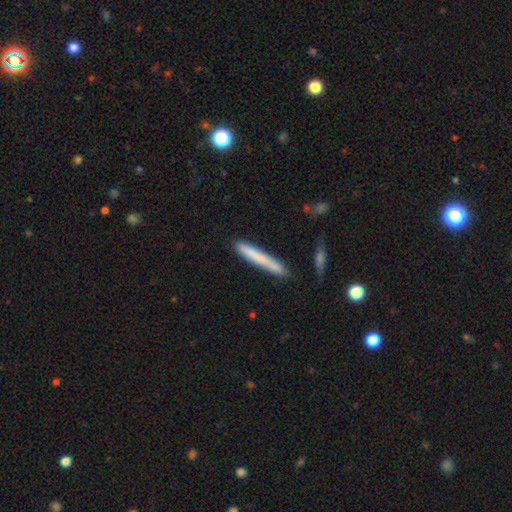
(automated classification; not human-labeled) Q: Smooth or featured?
A: smooth (71%); runner-up: featured or disk (23%)
Q: How rounded?
A: cigar-shaped (96%); runner-up: in between (2%)
Q: Merging?
A: none (84%); runner-up: minor disturbance (11%)